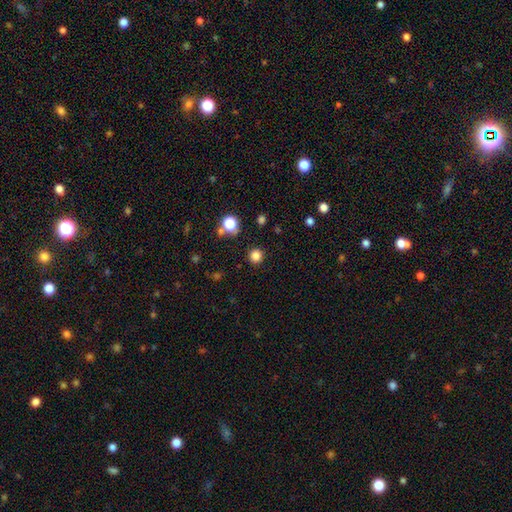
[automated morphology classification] smooth 82%, star or artifact 14%, featured or disk 4%. Down the decision tree: how rounded — round (94%); merging — none (90%).